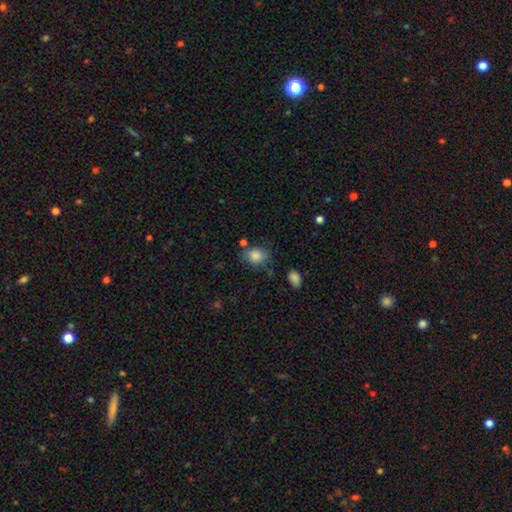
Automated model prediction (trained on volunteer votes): Smooth or featured: smooth — 84% (star or artifact — 9%)
How rounded: round — 51% (in between — 48%)
Merging: none — 63% (minor disturbance — 22%)